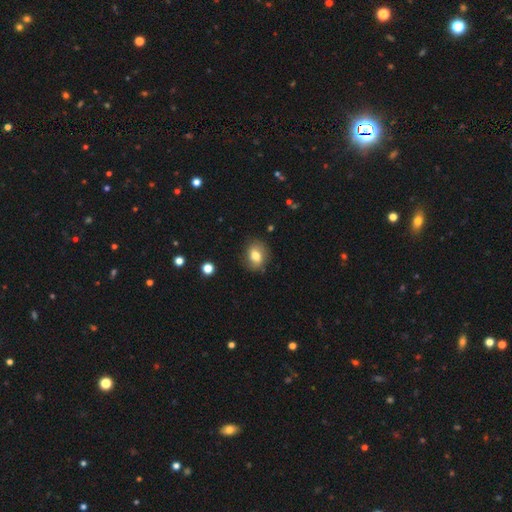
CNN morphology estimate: Smooth or featured: smooth — 74% (featured or disk — 17%)
How rounded: in between — 55% (round — 43%)
Merging: none — 78% (minor disturbance — 16%)